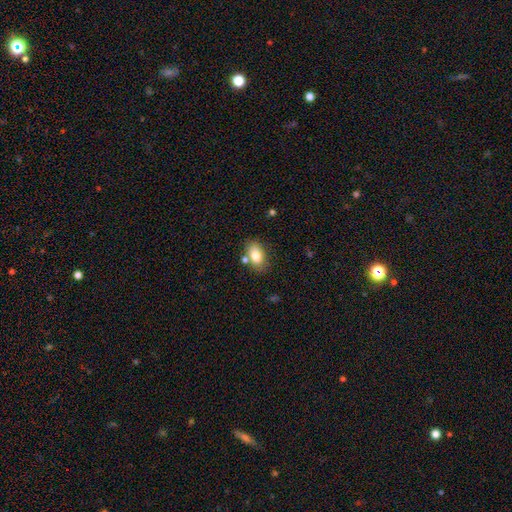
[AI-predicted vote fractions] A smooth galaxy with no disk features (80%) that is in between round and cigar-shaped (88%). Merging: none (69%).